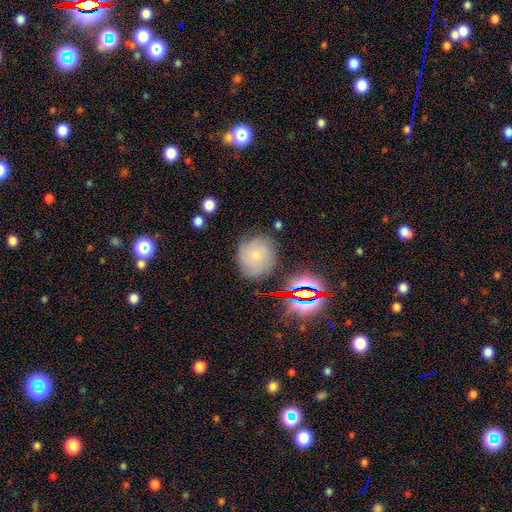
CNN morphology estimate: This is possibly a smooth galaxy (52%). How rounded: clearly round (83%). Merging: likely none (77%).